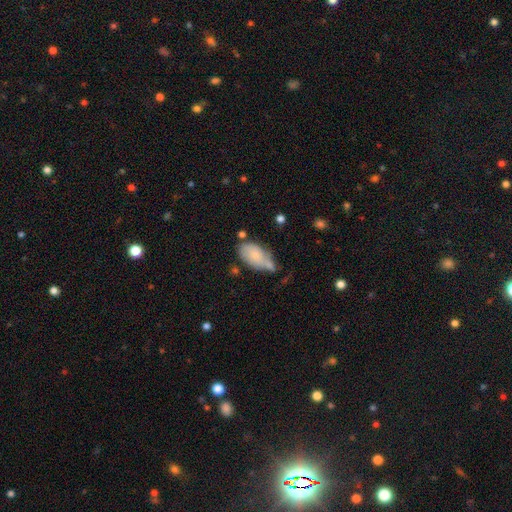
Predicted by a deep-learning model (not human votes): This appears to be a smooth galaxy with no disk features (73%) that is in between round and cigar-shaped (93%). Merging: none (45%).